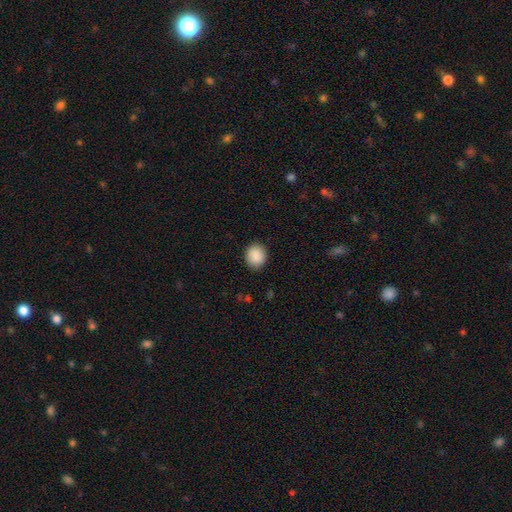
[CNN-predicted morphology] Q: Smooth or featured?
A: smooth (90%); runner-up: star or artifact (8%)
Q: How rounded?
A: round (77%); runner-up: in between (23%)
Q: Merging?
A: none (88%); runner-up: minor disturbance (9%)